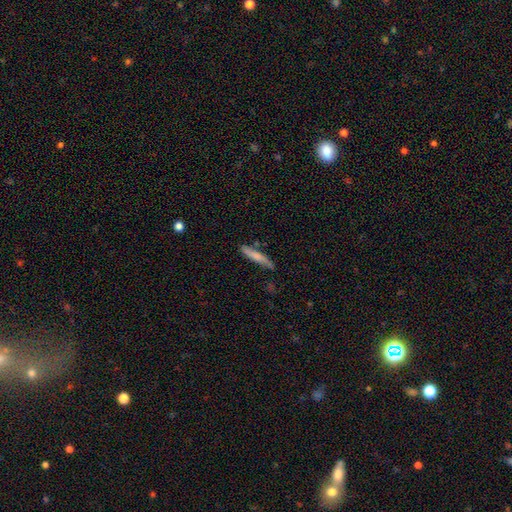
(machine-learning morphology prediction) smooth-or-featured: smooth: 67% | featured or disk: 27% | star or artifact: 6%
  how-rounded: cigar-shaped: 89% | in between: 10% | round: 2%
  merging: none: 69% | minor disturbance: 22% | major disturbance: 4% | merger: 4%